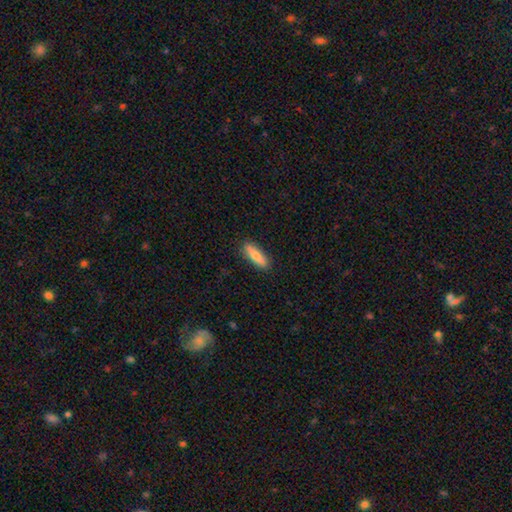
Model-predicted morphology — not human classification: smooth 73%, featured or disk 21%, star or artifact 6%. Down the decision tree: how rounded — cigar-shaped (60%); merging — none (89%).